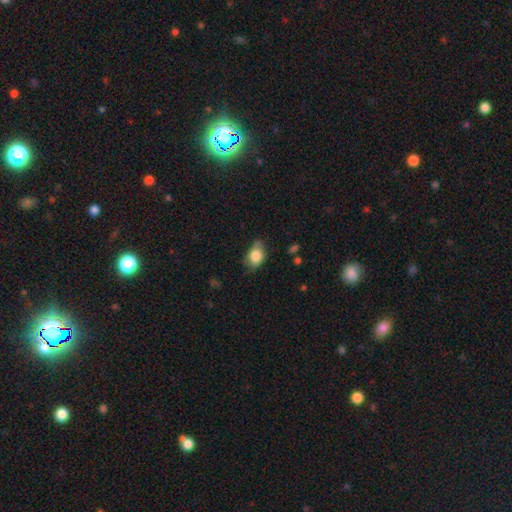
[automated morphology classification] Smooth or featured?
  - smooth: 79% *
  - featured or disk: 13%
  - star or artifact: 7%
How rounded?
  - in between: 83% *
  - round: 15%
  - cigar-shaped: 2%
Merging?
  - none: 56% *
  - minor disturbance: 34%
  - major disturbance: 9%
  - merger: 2%